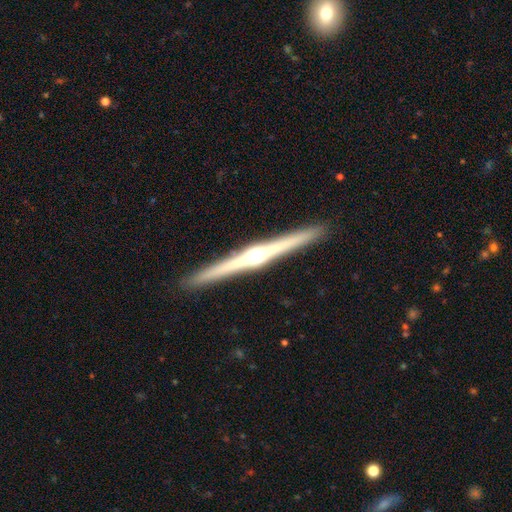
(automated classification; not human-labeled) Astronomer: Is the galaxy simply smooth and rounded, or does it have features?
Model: featured or disk — 83%.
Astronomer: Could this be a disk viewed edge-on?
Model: yes — 99%.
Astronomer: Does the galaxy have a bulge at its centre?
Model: rounded — 89%.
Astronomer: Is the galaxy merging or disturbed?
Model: none — 93%.